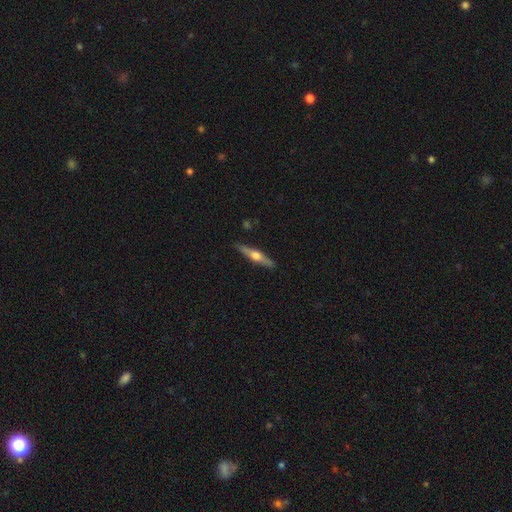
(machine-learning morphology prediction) This is likely a featured or disk galaxy (67%). It is clearly viewed edge-on (97%). Edge-on bulge: clearly rounded (94%). Merging: clearly none (89%).